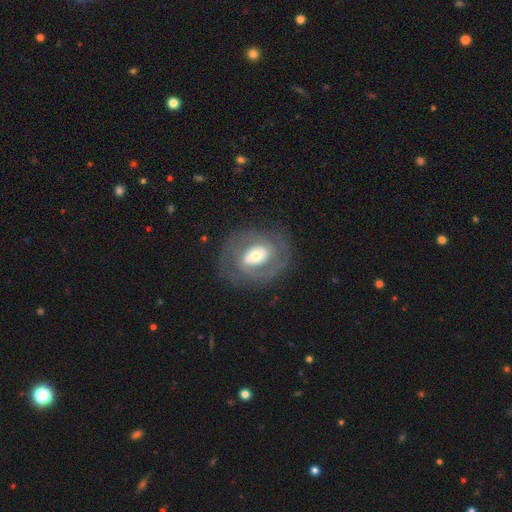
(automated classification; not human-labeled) Q: Smooth or featured?
A: featured or disk (71%); runner-up: smooth (22%)
Q: Edge-on disk?
A: no (96%); runner-up: yes (4%)
Q: Bar?
A: no (58%); runner-up: weak (27%)
Q: Spiral arms?
A: yes (66%); runner-up: no (34%)
Q: Bulge size?
A: moderate (52%); runner-up: small (27%)
Q: Merging?
A: none (74%); runner-up: minor disturbance (14%)